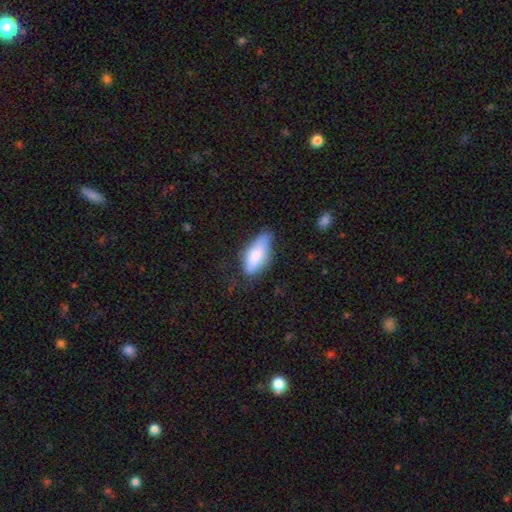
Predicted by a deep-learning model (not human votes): The model was most divided on "merging": none: 55%, minor disturbance: 33%, major disturbance: 10%, merger: 2%. More confident: smooth or featured — smooth (78%); how rounded — in between (78%).